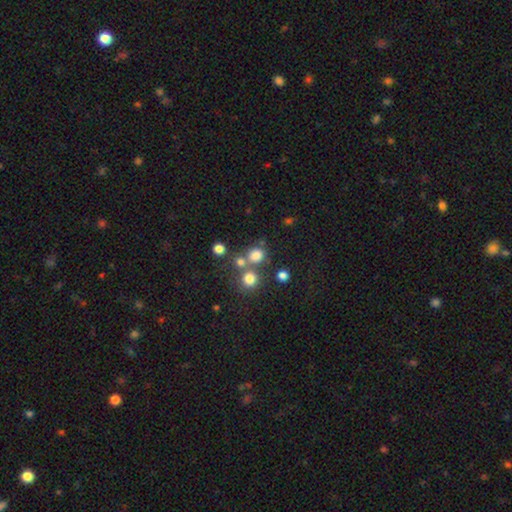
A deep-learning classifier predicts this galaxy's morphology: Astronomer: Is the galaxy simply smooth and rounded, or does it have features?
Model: smooth — 75%.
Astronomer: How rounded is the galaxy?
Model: round — 81%.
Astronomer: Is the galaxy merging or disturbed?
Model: none — 59%.